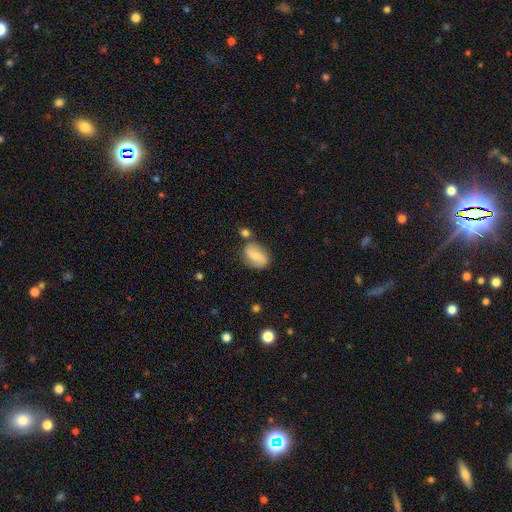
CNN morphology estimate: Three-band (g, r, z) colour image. It shows a smooth galaxy with no disk features (61%) that is in between round and cigar-shaped (84%). Merging: none (64%).